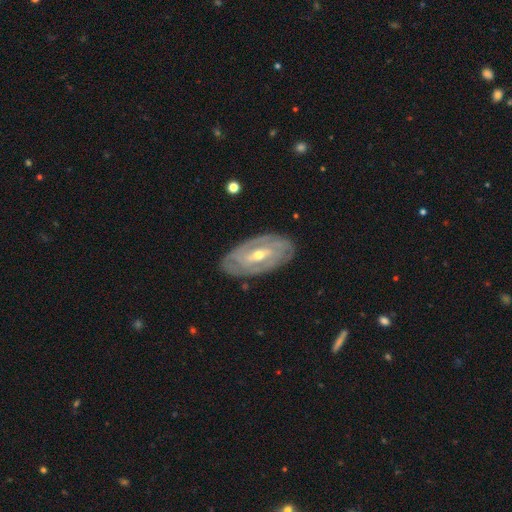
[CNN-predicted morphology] This appears to be a featured or disk galaxy (79%) with a weak bar (41%), tight (73%) spiral arms (80%) and a moderate central bulge (58%). Merging: none (83%).